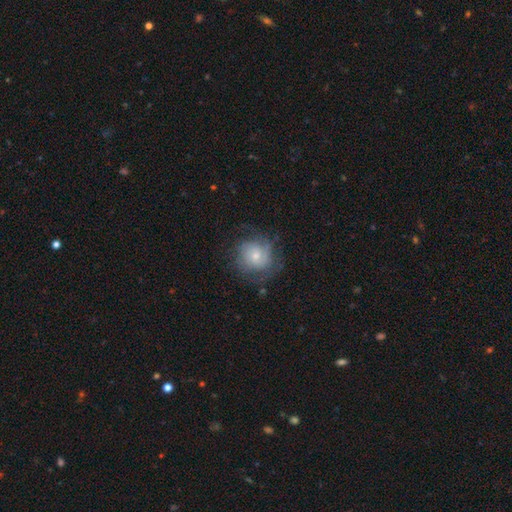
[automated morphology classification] This is possibly a featured or disk galaxy (53%). It is clearly not viewed edge-on (97%). Bar: likely no (79%). Spiral arm pattern: likely yes (79%). Central bulge: possibly small (57%). Merging: likely none (66%).